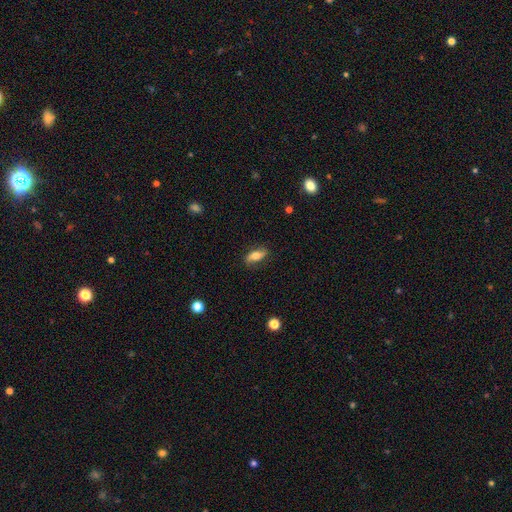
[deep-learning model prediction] Overall: smooth (62%; featured or disk 31%). How rounded: in between (75%). Merging: none (81%).